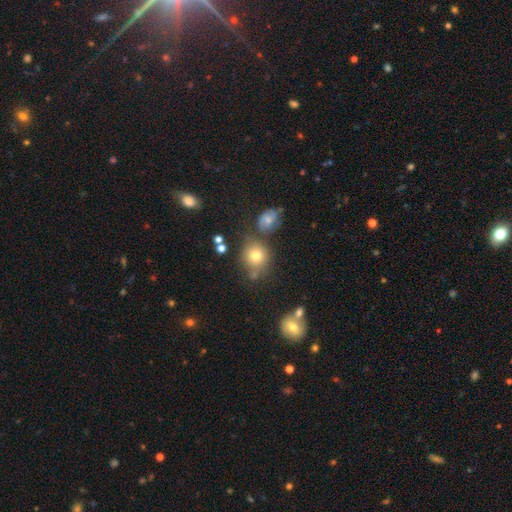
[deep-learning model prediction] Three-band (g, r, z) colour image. It shows a smooth galaxy with no disk features (76%) that is round (84%). Merging: none (65%).